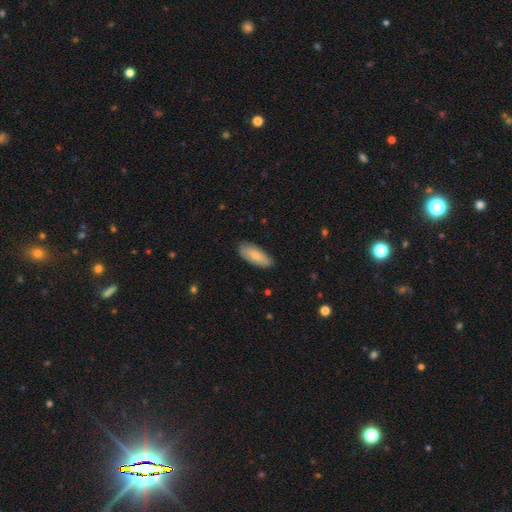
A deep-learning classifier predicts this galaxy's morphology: smooth 78%, featured or disk 16%, star or artifact 5%. Down the decision tree: how rounded — in between (78%); merging — none (83%).